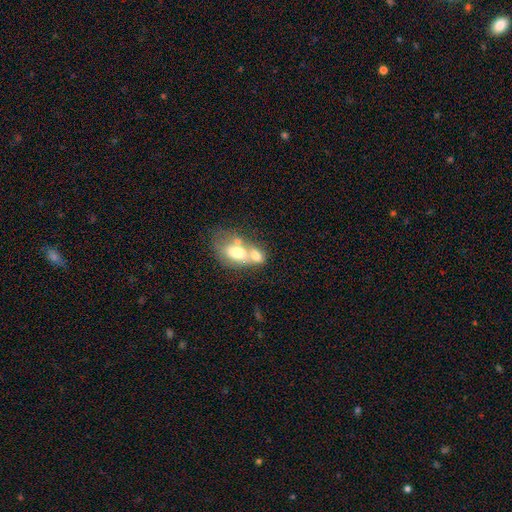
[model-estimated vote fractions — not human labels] Smooth or featured? Predicted: smooth (p=0.60). How rounded? Predicted: in between (p=0.81). Merging? Predicted: merger (p=0.69).